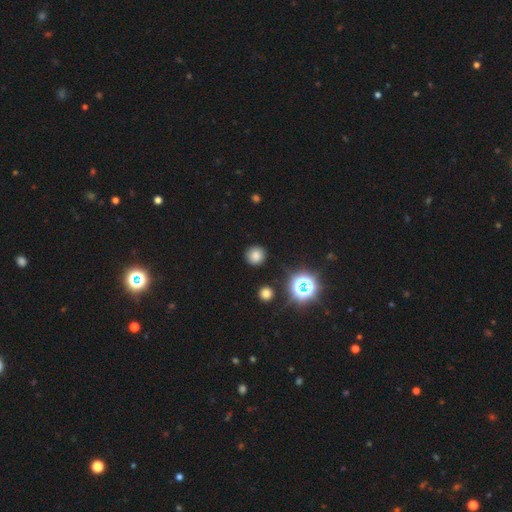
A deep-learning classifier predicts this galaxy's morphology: Smooth or featured? Predicted: smooth (p=0.77). How rounded? Predicted: round (p=0.92). Merging? Predicted: none (p=0.89).